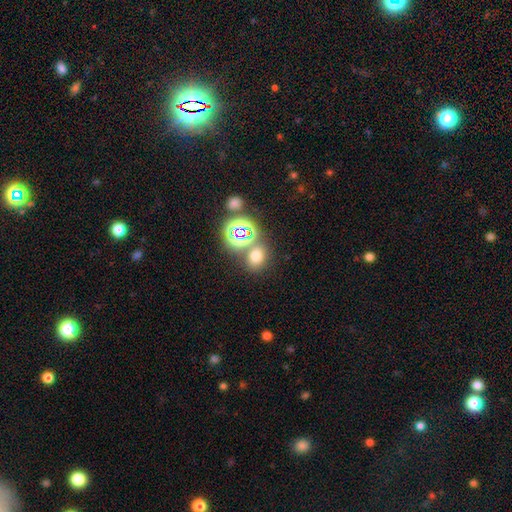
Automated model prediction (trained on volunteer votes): A smooth galaxy with no disk features (61%) that is round (55%).

Vote fractions:
- Smooth or featured? smooth: 61% / star or artifact: 31% / featured or disk: 9%
- How rounded? round: 55% / in between: 44% / cigar-shaped: 1%
- Merging? none: 67% / merger: 19% / minor disturbance: 10% / major disturbance: 4%